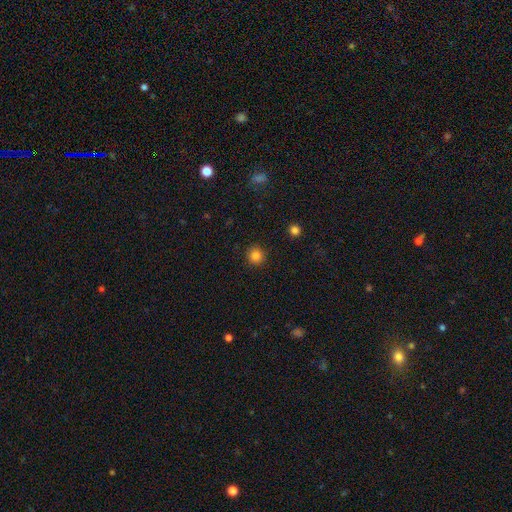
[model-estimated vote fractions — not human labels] smooth-or-featured: smooth: 83% | star or artifact: 12% | featured or disk: 4%
  how-rounded: round: 94% | in between: 5% | cigar-shaped: 1%
  merging: none: 92% | minor disturbance: 5% | major disturbance: 2% | merger: 1%